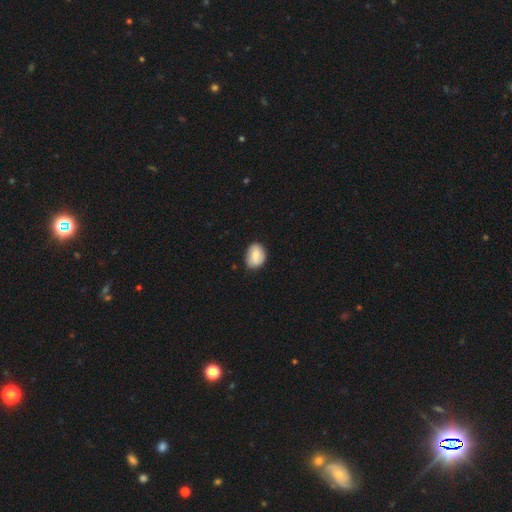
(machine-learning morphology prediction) smooth_or_featured: smooth (p=0.75) [alt: featured or disk p=0.18]
how_rounded: in between (p=0.58) [alt: round p=0.41]
merging: none (p=0.77) [alt: minor disturbance p=0.18]